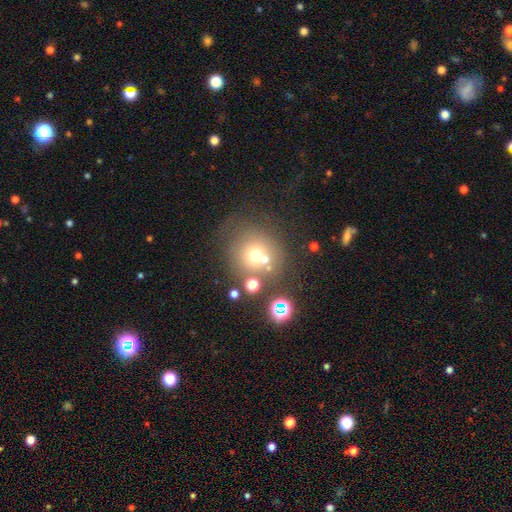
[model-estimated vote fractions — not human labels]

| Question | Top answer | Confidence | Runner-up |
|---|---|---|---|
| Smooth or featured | smooth | 61% | star or artifact (21%) |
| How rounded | round | 90% | in between (10%) |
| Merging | none | 58% | merger (21%) |